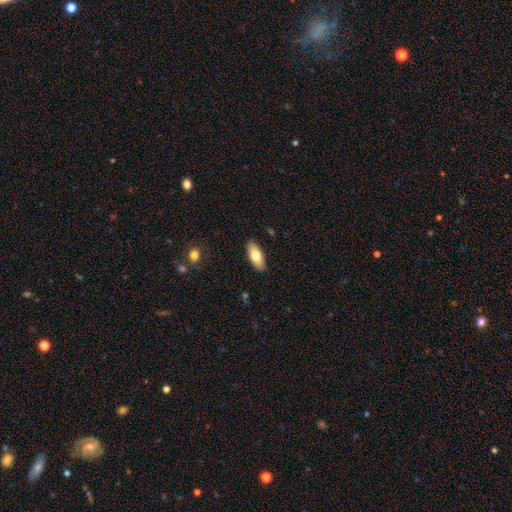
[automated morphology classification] Q: Smooth or featured?
A: smooth (75%); runner-up: featured or disk (20%)
Q: How rounded?
A: in between (81%); runner-up: cigar-shaped (16%)
Q: Merging?
A: none (89%); runner-up: minor disturbance (8%)